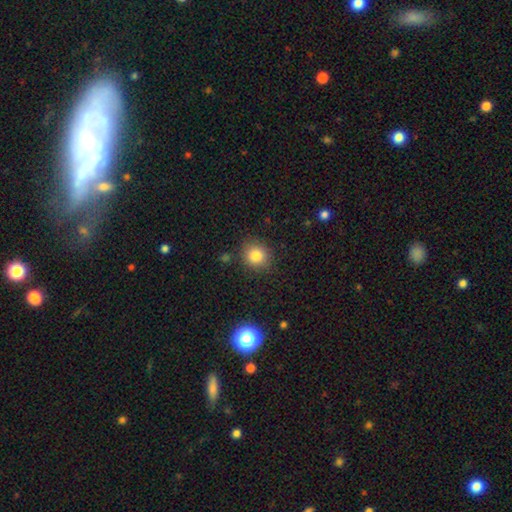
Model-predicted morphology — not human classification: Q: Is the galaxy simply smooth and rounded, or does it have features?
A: smooth — 82%.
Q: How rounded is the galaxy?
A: round — 86%.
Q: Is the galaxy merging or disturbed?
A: none — 86%.